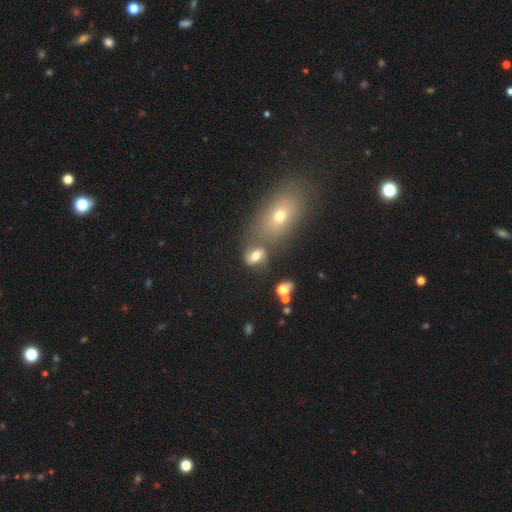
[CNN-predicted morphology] Q: Smooth or featured?
A: smooth (61%); runner-up: featured or disk (25%)
Q: How rounded?
A: in between (74%); runner-up: round (24%)
Q: Merging?
A: none (43%); runner-up: merger (30%)